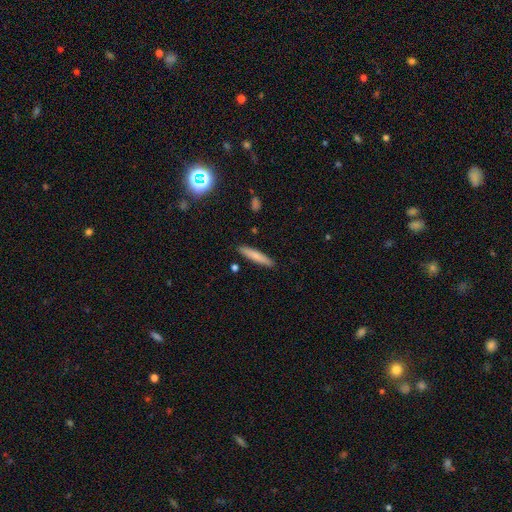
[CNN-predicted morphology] A smooth galaxy with no disk features (75%) that is cigar-shaped (90%). Merging: none (89%).